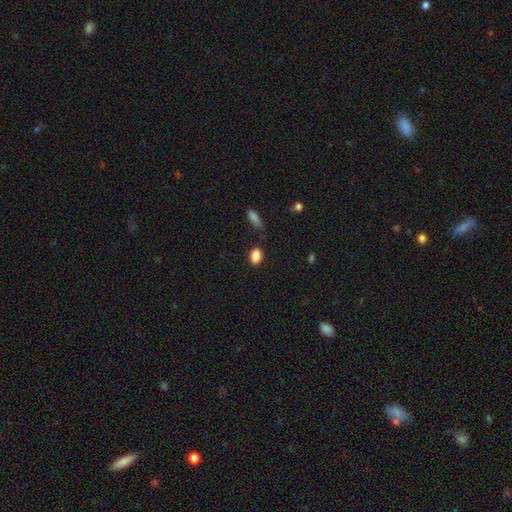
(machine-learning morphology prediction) Q: Smooth or featured?
A: smooth (86%); runner-up: star or artifact (9%)
Q: How rounded?
A: in between (83%); runner-up: round (15%)
Q: Merging?
A: none (82%); runner-up: minor disturbance (12%)